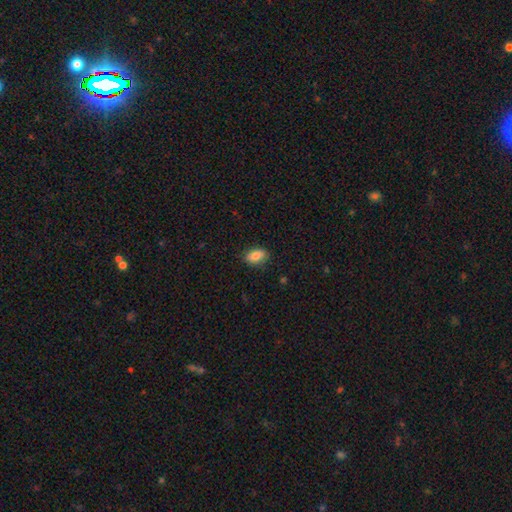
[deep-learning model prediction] smooth 82%, featured or disk 10%, star or artifact 8%. Down the decision tree: how rounded — in between (87%); merging — none (82%).